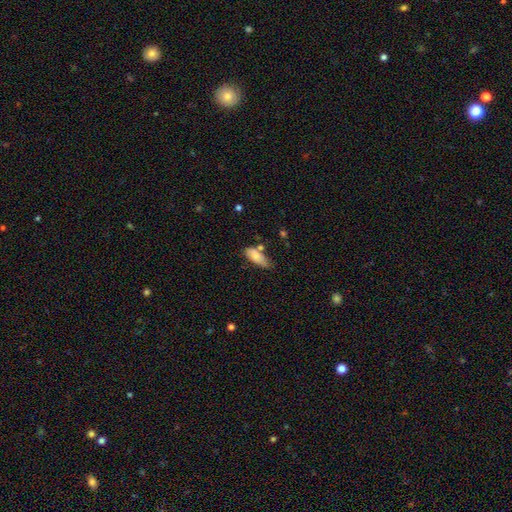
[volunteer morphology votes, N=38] smooth-or-featured: smooth: 82% | featured or disk: 13% | star or artifact: 5%
  how-rounded: in between: 90% | cigar-shaped: 10% | round: 0%
  merging: minor disturbance: 44% | none: 39% | merger: 11% | major disturbance: 6%